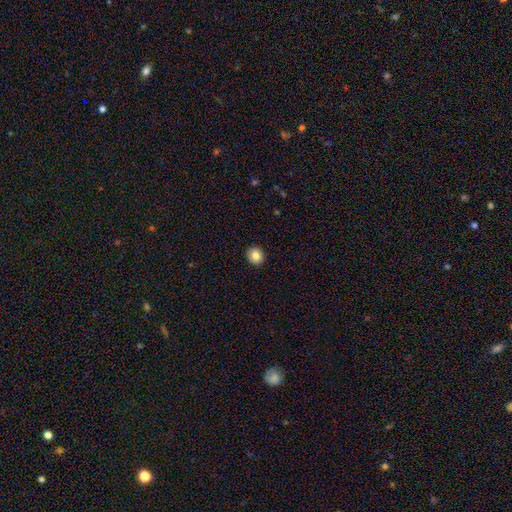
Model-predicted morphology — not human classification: A smooth galaxy with no disk features (83%) that is round (78%).

Vote fractions:
- Smooth or featured? smooth: 83% / star or artifact: 9% / featured or disk: 8%
- How rounded? round: 78% / in between: 21% / cigar-shaped: 1%
- Merging? none: 92% / minor disturbance: 6% / major disturbance: 2% / merger: 1%